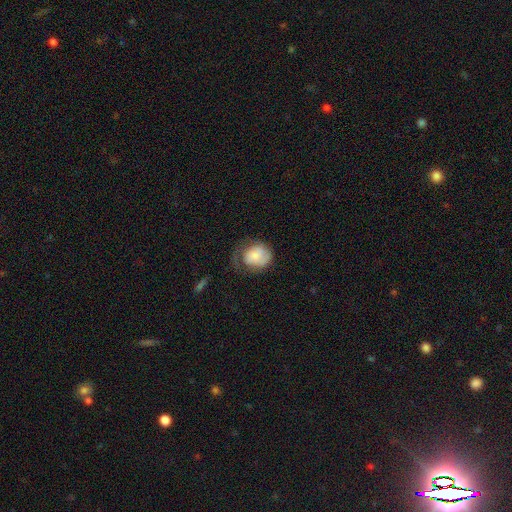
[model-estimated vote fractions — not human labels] smooth 68%, featured or disk 25%, star or artifact 7%. Down the decision tree: how rounded — round (64%); merging — none (35%).